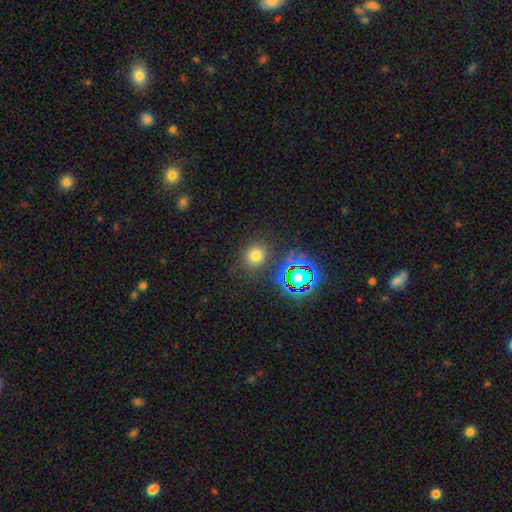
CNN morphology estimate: Overall: smooth (66%; star or artifact 26%). How rounded: round (83%). Merging: none (84%).